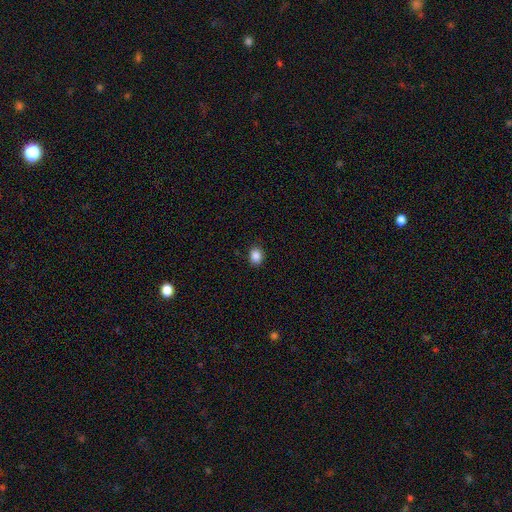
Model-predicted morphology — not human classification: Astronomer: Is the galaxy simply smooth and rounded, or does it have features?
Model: smooth — 87%.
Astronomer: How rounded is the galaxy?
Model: round — 54% (runner-up: in between, 45%).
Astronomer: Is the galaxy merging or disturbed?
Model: none — 88%.